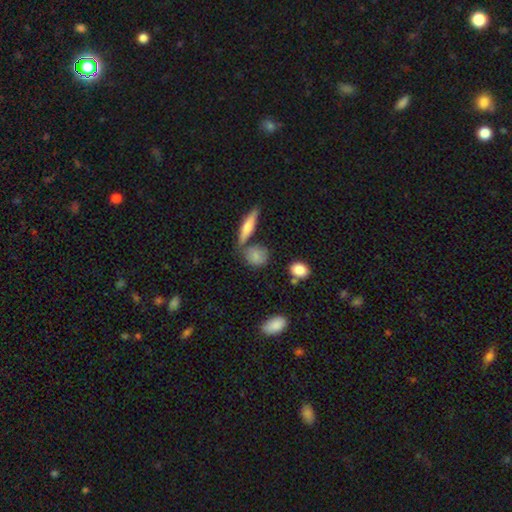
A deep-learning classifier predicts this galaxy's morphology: Overall: smooth (78%). How rounded: round (54%; in between 38%). Merging: none (63%).